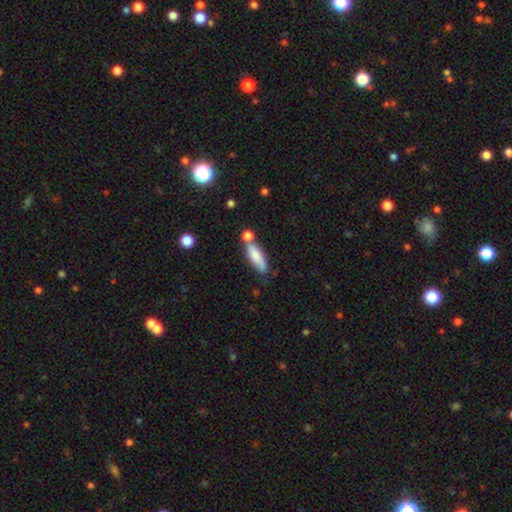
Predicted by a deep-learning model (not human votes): Smooth or featured? smooth (78%)
How rounded? in between (51%)
Merging? none (53%)